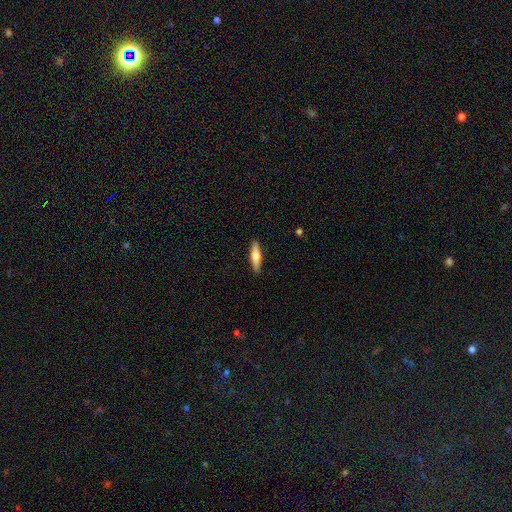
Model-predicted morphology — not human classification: Overall: smooth (50%; featured or disk 44%). How rounded: cigar-shaped (73%). Merging: none (90%).